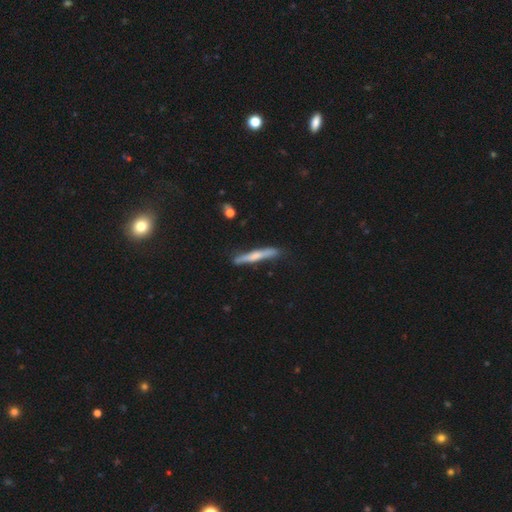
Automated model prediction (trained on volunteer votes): smooth 48%, featured or disk 47%, star or artifact 6%. Down the decision tree: merging — none (85%).